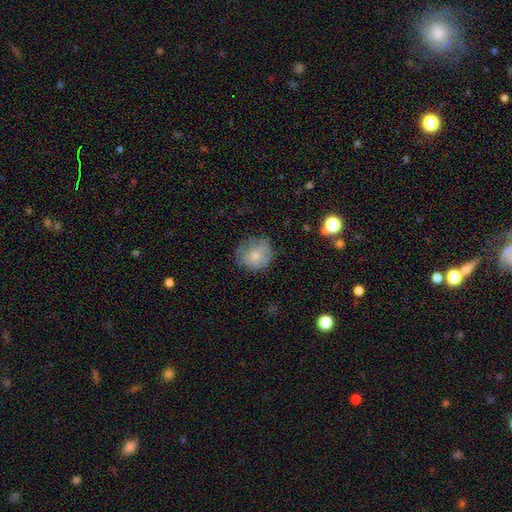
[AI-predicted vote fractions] Q: Smooth or featured?
A: smooth (70%); runner-up: featured or disk (20%)
Q: How rounded?
A: round (76%); runner-up: in between (23%)
Q: Merging?
A: none (63%); runner-up: minor disturbance (26%)